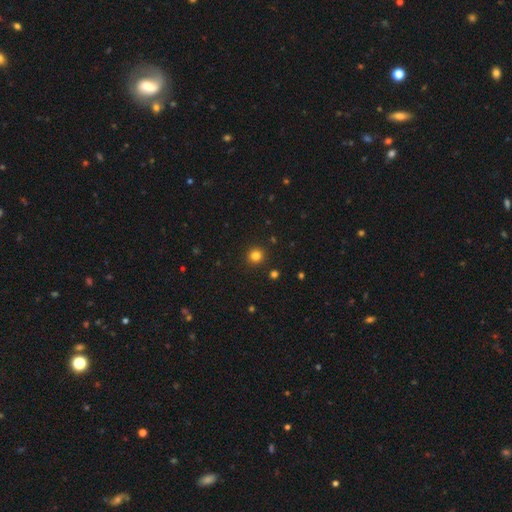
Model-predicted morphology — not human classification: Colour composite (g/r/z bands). It shows a smooth galaxy with no disk features (81%) that is round (93%). Merging: none (92%).